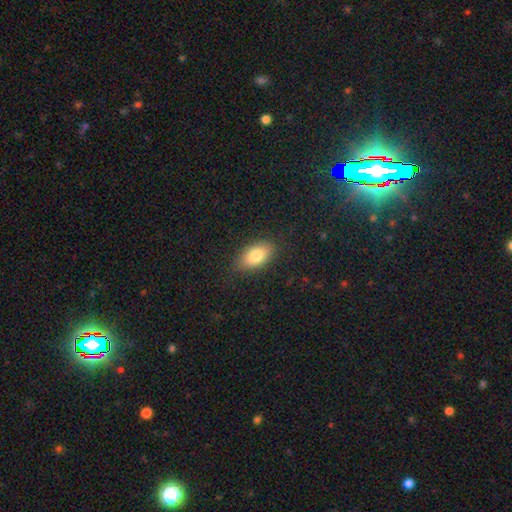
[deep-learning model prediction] Q: Smooth or featured?
A: smooth (79%); runner-up: featured or disk (14%)
Q: How rounded?
A: in between (90%); runner-up: round (7%)
Q: Merging?
A: none (82%); runner-up: minor disturbance (13%)